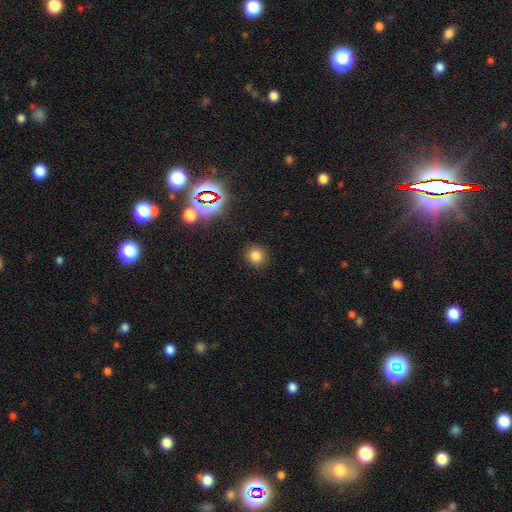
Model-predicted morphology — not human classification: Overall: smooth (77%). How rounded: round (91%). Merging: none (89%).